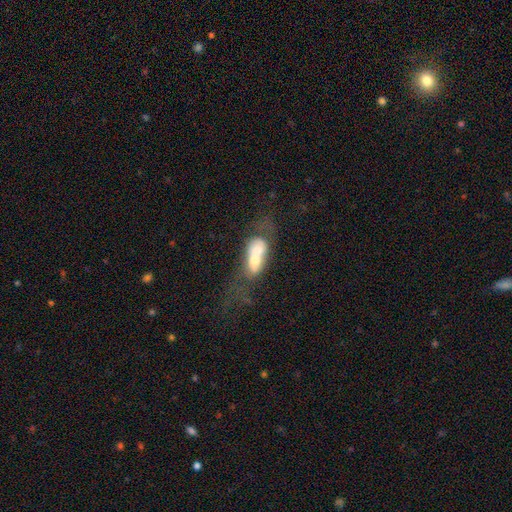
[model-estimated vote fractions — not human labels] smooth 51%, featured or disk 41%, star or artifact 8%. Down the decision tree: how rounded — in between (76%); merging — merger (71%).